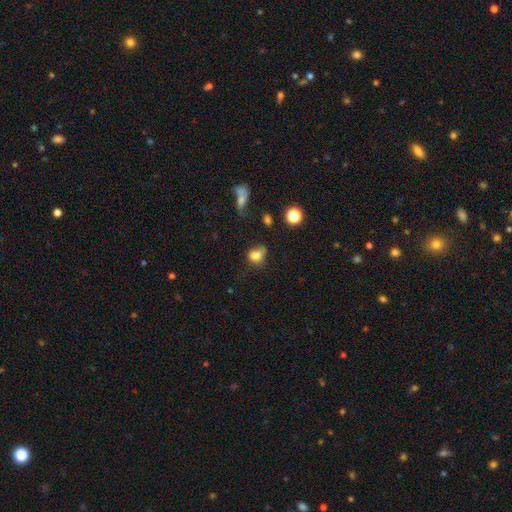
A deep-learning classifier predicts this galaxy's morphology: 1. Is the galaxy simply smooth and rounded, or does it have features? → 76% smooth, 13% star or artifact, 11% featured or disk.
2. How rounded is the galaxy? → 51% in between, 48% round, 1% cigar-shaped.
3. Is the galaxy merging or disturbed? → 40% none, 28% minor disturbance, 17% merger, 16% major disturbance.